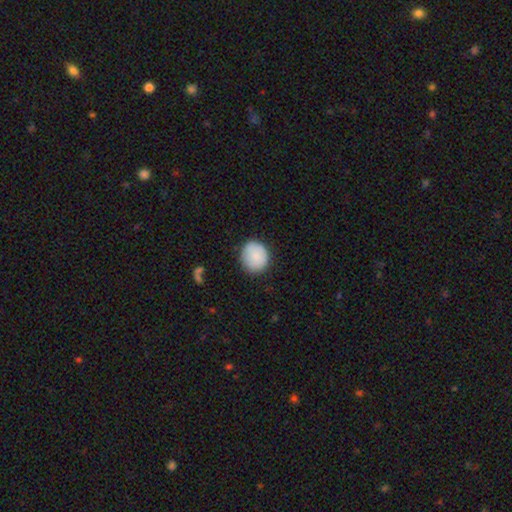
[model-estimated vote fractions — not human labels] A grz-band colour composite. It shows a smooth galaxy with no disk features (84%) that is round (83%). Merging: none (81%).